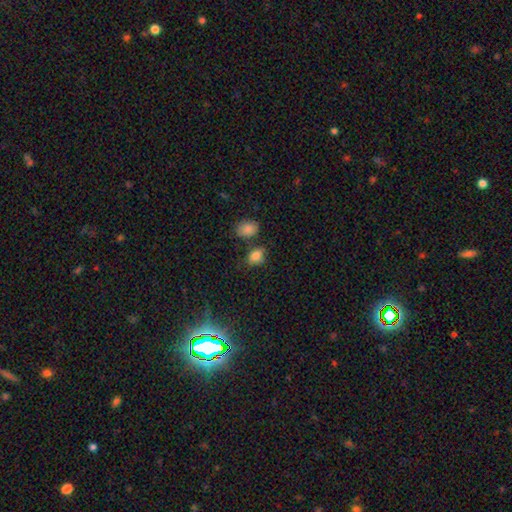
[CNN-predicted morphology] smooth-or-featured: smooth: 80% | star or artifact: 12% | featured or disk: 8%
  how-rounded: in between: 76% | round: 22% | cigar-shaped: 2%
  merging: none: 58% | minor disturbance: 22% | merger: 12% | major disturbance: 8%